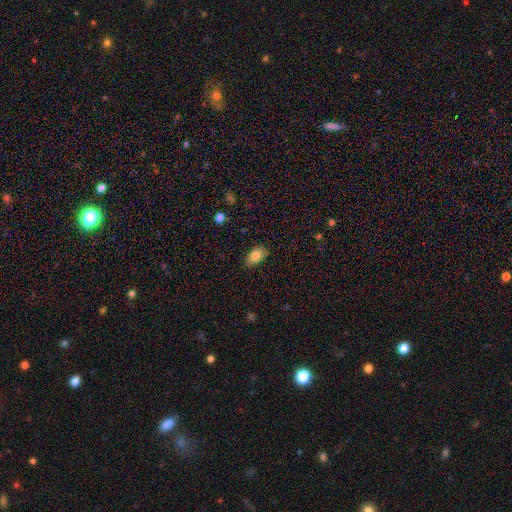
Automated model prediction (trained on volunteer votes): The model was most divided on "merging": none: 82%, minor disturbance: 15%, major disturbance: 2%, merger: 1%. More confident: how rounded — in between (90%); smooth or featured — smooth (83%).